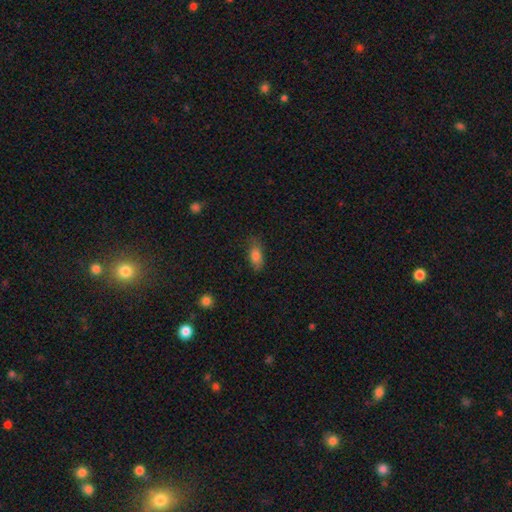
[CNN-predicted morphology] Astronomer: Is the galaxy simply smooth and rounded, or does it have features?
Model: smooth — 82%.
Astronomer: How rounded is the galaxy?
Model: in between — 85%.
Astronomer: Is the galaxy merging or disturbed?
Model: none — 71%.